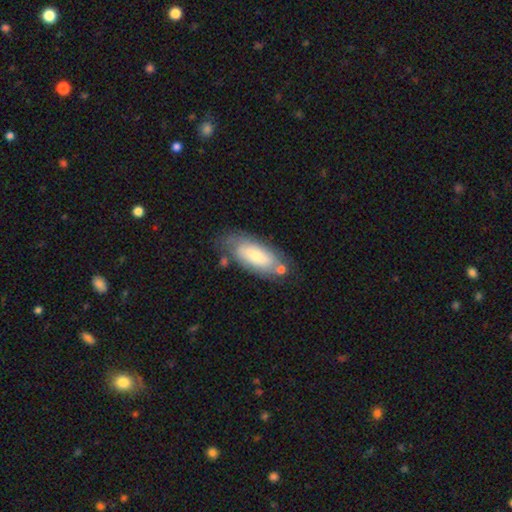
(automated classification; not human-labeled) The model was most divided on "smooth or featured": smooth: 58%, featured or disk: 35%, star or artifact: 7%. More confident: how rounded — in between (81%); merging — none (62%).